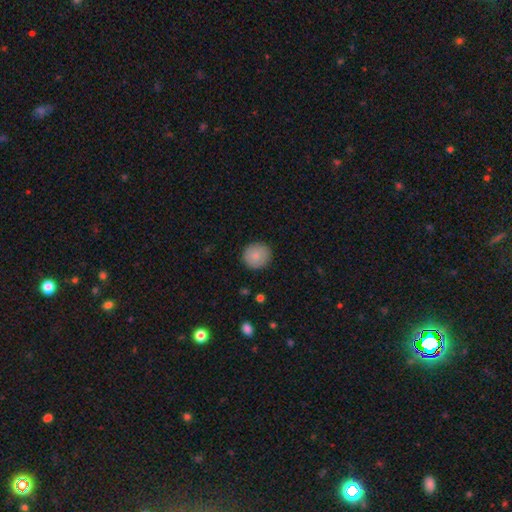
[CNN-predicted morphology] smooth 83%, featured or disk 10%, star or artifact 7%. Down the decision tree: how rounded — round (91%); merging — none (89%).